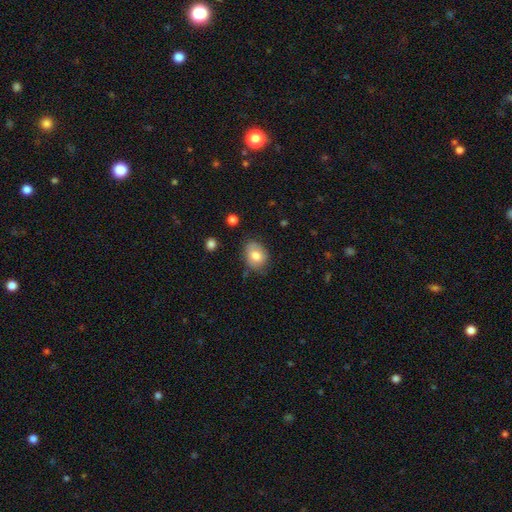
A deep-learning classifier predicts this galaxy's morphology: smooth 76%, featured or disk 16%, star or artifact 8%. Down the decision tree: how rounded — in between (61%); merging — none (67%).